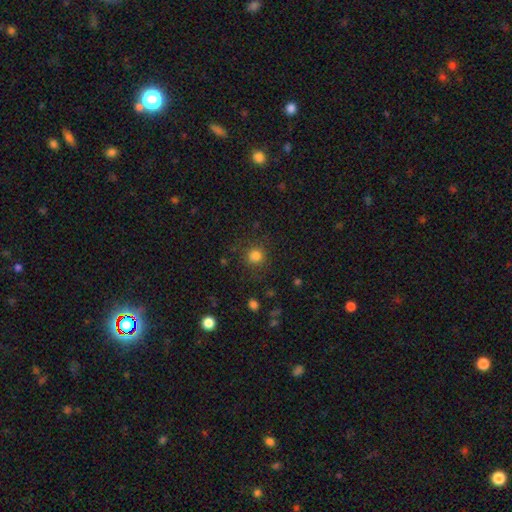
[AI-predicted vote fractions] smooth-or-featured: smooth: 81% | star or artifact: 13% | featured or disk: 5%
  how-rounded: round: 90% | in between: 9% | cigar-shaped: 1%
  merging: none: 83% | minor disturbance: 10% | major disturbance: 5% | merger: 2%